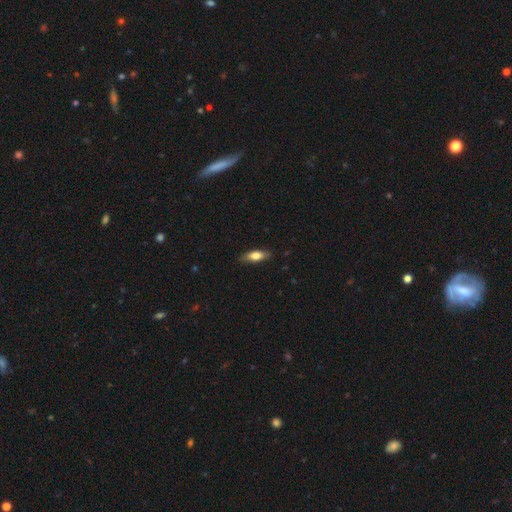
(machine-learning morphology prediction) A smooth galaxy with no disk features (73%) that is in between round and cigar-shaped (65%). Merging: none (83%).